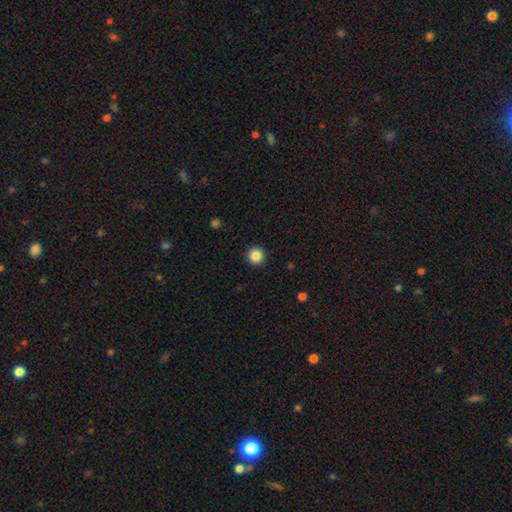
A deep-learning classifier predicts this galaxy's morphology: smooth_or_featured: smooth (p=0.86) [alt: star or artifact p=0.10]
how_rounded: round (p=0.96) [alt: in between p=0.03]
merging: none (p=0.93) [alt: minor disturbance p=0.04]